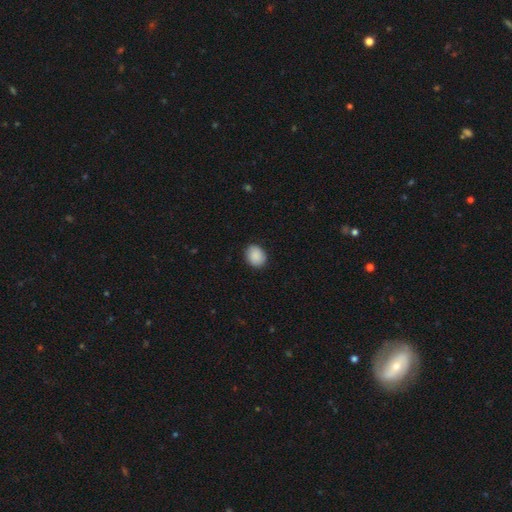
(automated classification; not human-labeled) Q: Smooth or featured?
A: smooth (90%); runner-up: star or artifact (7%)
Q: How rounded?
A: round (50%); runner-up: in between (49%)
Q: Merging?
A: none (87%); runner-up: minor disturbance (9%)